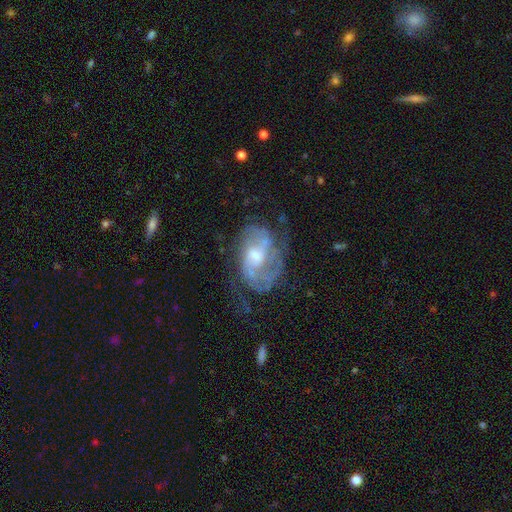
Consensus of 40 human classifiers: A featured or disk galaxy (72%) with a weak bar (79%), 2 (64%) medium (43%) spiral arms (97%) and a moderate central bulge (66%).

Vote fractions:
- Smooth or featured? featured or disk: 72% / smooth: 15% / star or artifact: 12%
- Edge-on disk? no: 100% / yes: 0%
- Bar? weak: 79% / no: 17% / strong: 3%
- Spiral arms? yes: 97% / no: 3%
- Spiral winding? medium: 43% / tight: 29% / loose: 29%
- Spiral arm count? 2: 64% / can't tell: 21% / 3: 7% / 4: 7% / 1: 0% / more than 4: 0%
- Bulge size? moderate: 66% / small: 28% / large: 7% / dominant: 0% / none: 0%
- Merging? none: 51% / minor disturbance: 34% / major disturbance: 14% / merger: 0%